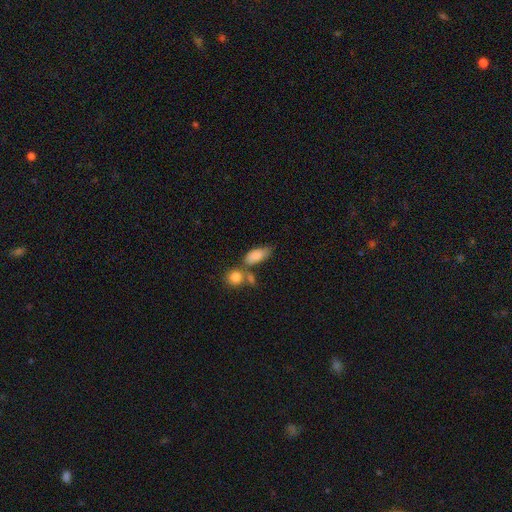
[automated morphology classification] The model was most divided on "merging": none: 43%, merger: 30%, minor disturbance: 19%, major disturbance: 8%. More confident: how rounded — in between (85%); smooth or featured — smooth (81%).